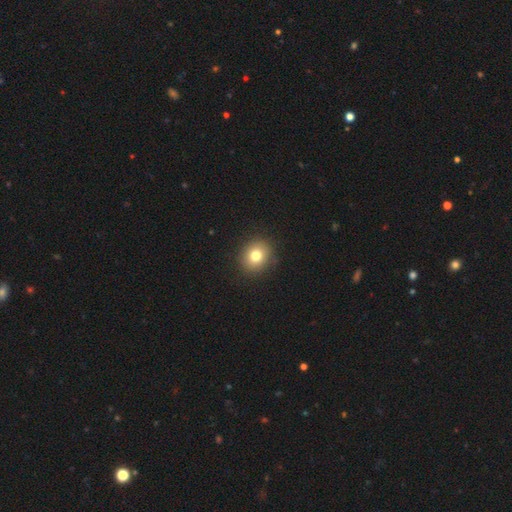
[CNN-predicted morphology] This appears to be a smooth galaxy with no disk features (78%) that is round (75%). Merging: none (90%).